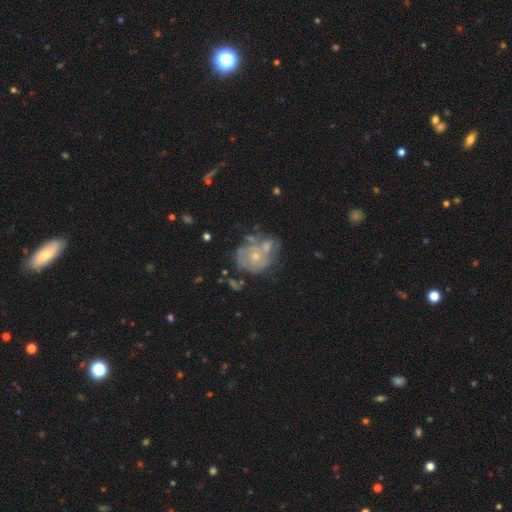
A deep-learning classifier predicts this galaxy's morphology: A featured or disk galaxy (73%) with no bar (83%), spiral arms (66%) and a small central bulge (57%). Merging: none (36%).